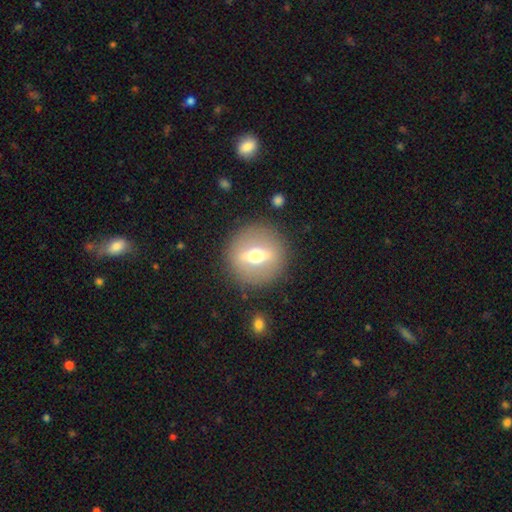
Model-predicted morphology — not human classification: Smooth or featured: featured or disk — 59% (smooth — 33%)
Edge-on disk: no — 59% (yes — 41%)
Merging: none — 88% (minor disturbance — 7%)